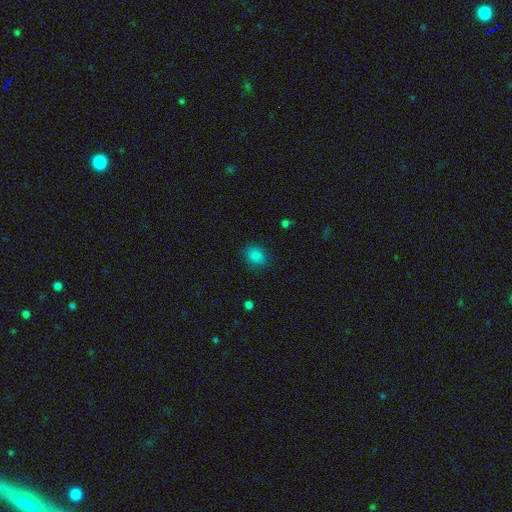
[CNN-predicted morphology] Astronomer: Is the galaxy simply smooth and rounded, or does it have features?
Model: smooth — 84%.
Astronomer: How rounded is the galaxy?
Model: in between — 54% (runner-up: round, 45%).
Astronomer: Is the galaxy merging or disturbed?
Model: none — 84%.